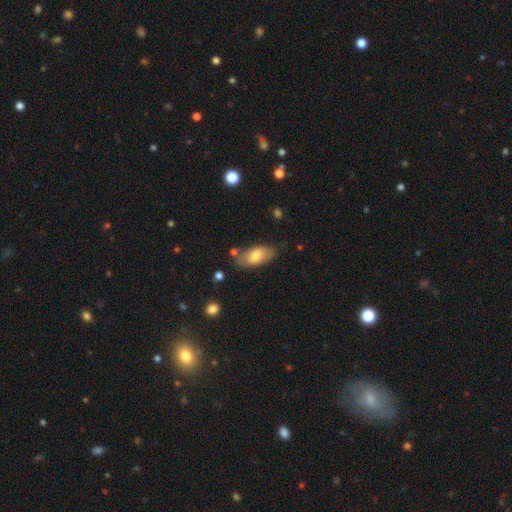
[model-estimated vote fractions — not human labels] smooth-or-featured: smooth: 75% | featured or disk: 19% | star or artifact: 6%
  how-rounded: in between: 88% | cigar-shaped: 9% | round: 3%
  merging: none: 70% | minor disturbance: 20% | merger: 5% | major disturbance: 5%